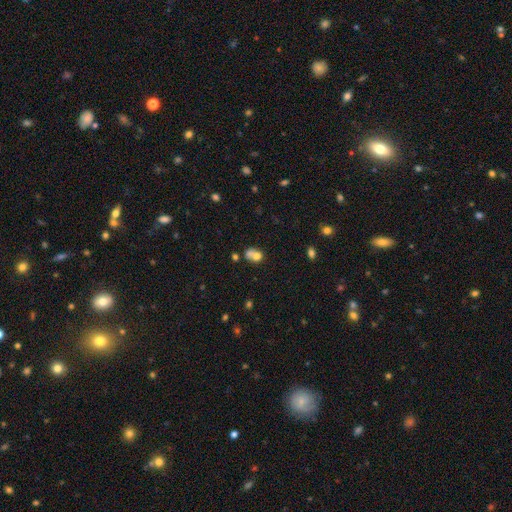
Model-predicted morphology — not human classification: A smooth galaxy with no disk features (70%) that is round (55%).

Vote fractions:
- Smooth or featured? smooth: 70% / featured or disk: 18% / star or artifact: 12%
- How rounded? round: 55% / in between: 43% / cigar-shaped: 1%
- Merging? merger: 57% / none: 27% / minor disturbance: 10% / major disturbance: 6%